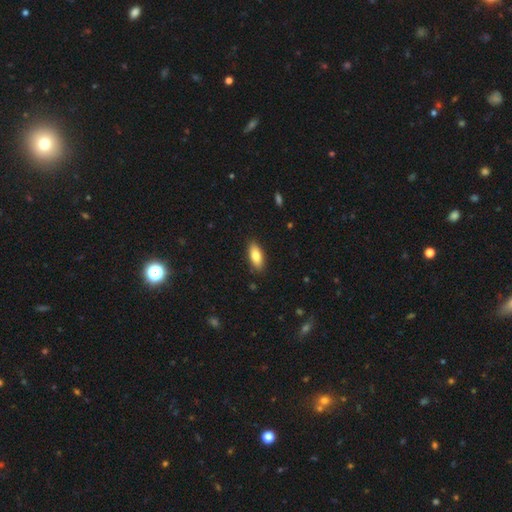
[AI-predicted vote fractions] Smooth or featured?
  - smooth: 81% *
  - featured or disk: 12%
  - star or artifact: 6%
How rounded?
  - in between: 82% *
  - cigar-shaped: 16%
  - round: 2%
Merging?
  - none: 87% *
  - minor disturbance: 10%
  - major disturbance: 2%
  - merger: 1%